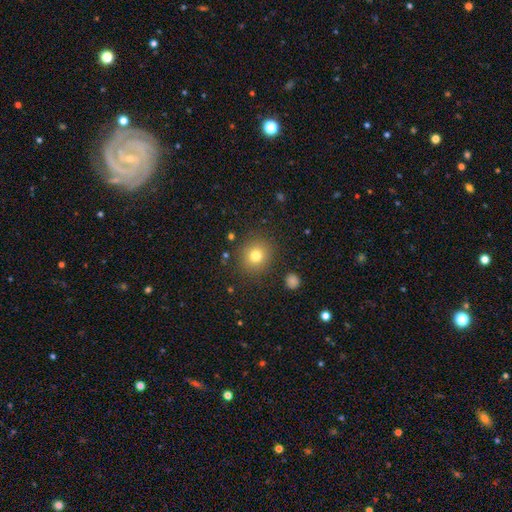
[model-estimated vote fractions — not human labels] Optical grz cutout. It shows a smooth galaxy with no disk features (77%) that is round (89%). Merging: none (87%).